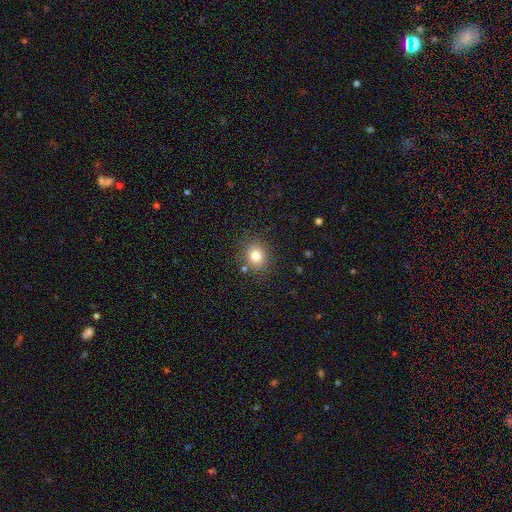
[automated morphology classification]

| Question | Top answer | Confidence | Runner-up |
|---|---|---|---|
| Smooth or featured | smooth | 79% | star or artifact (13%) |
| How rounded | round | 74% | in between (25%) |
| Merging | none | 84% | minor disturbance (9%) |